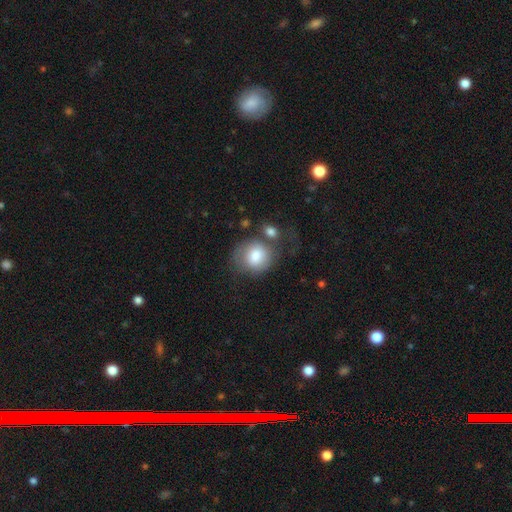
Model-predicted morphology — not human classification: Smooth or featured: smooth — 77% (featured or disk — 16%)
How rounded: round — 74% (in between — 25%)
Merging: none — 46% (minor disturbance — 20%)